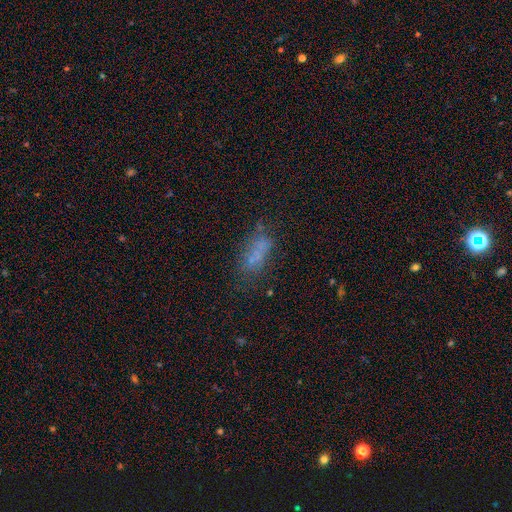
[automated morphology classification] Smooth or featured? smooth (56%)
How rounded? in between (72%)
Merging? none (52%)